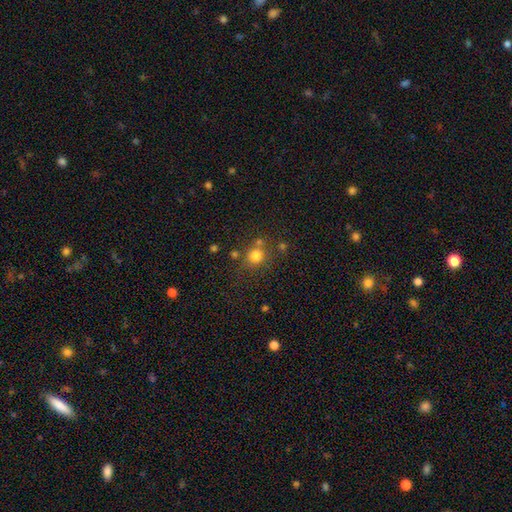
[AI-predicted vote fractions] Morphology: type=smooth (78%); roundness=round (89%); merging=none (68%).